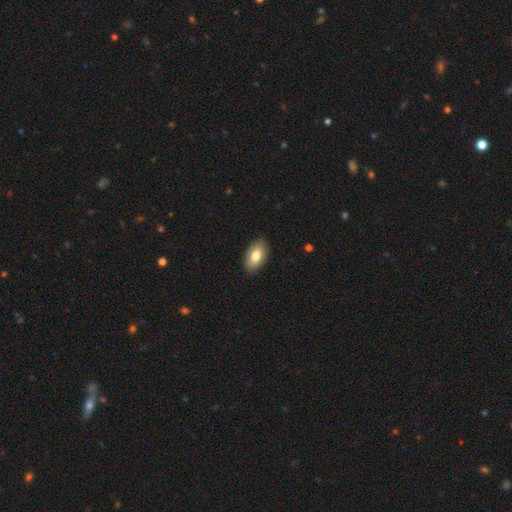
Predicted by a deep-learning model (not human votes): Morphology: type=smooth (80%); roundness=in between (94%); merging=none (89%).